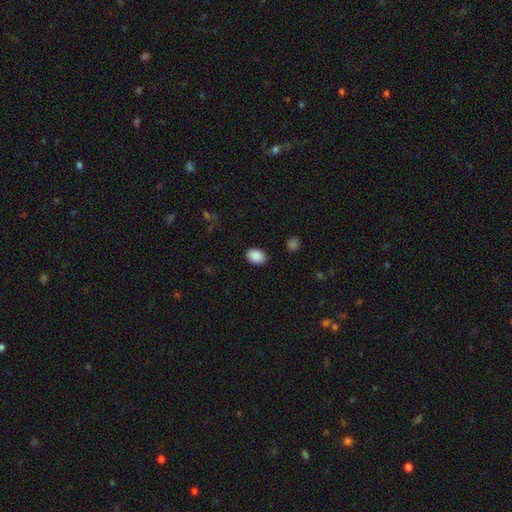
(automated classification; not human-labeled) Overall: smooth (89%). How rounded: in between (74%). Merging: none (87%).